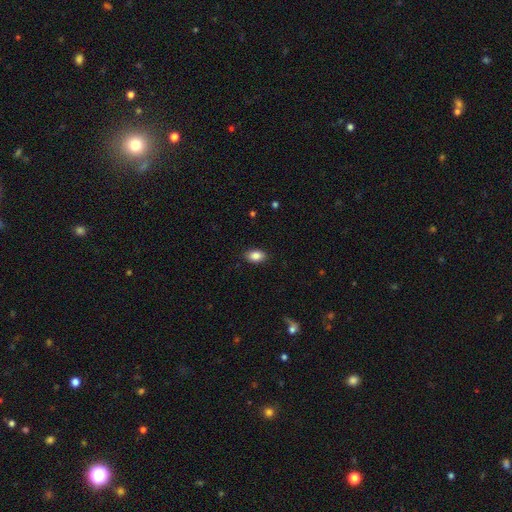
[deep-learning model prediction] Overall: smooth (87%). How rounded: in between (86%). Merging: none (88%).